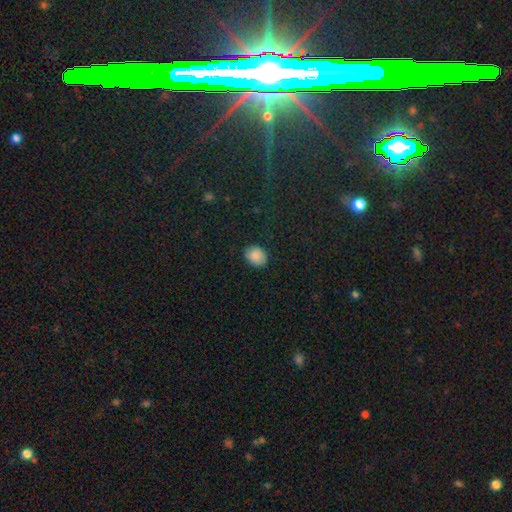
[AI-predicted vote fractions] This appears to be a smooth galaxy with no disk features (88%) that is round (52%). Merging: none (86%).